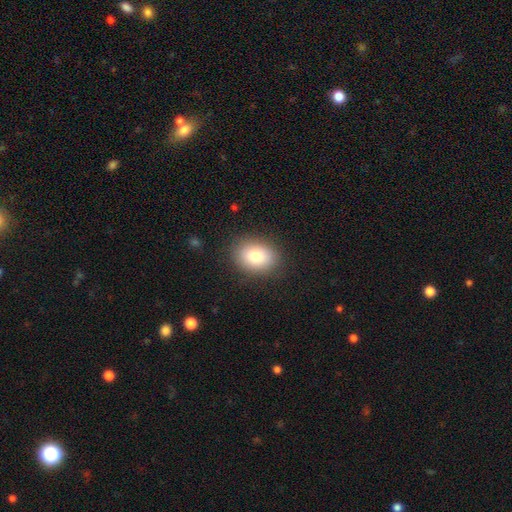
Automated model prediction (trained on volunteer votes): Smooth or featured: smooth — 80% (featured or disk — 11%)
How rounded: in between — 62% (round — 37%)
Merging: none — 86% (minor disturbance — 9%)